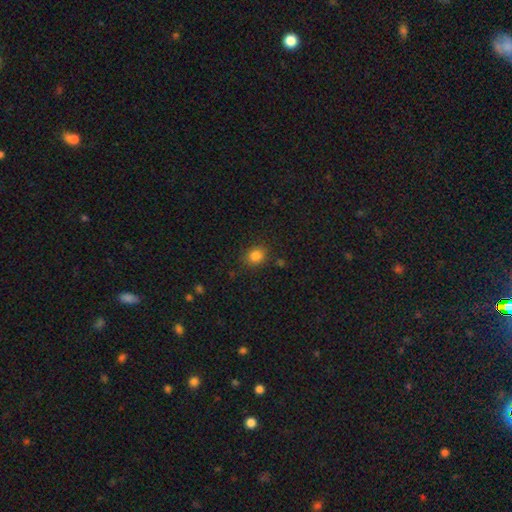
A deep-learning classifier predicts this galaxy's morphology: The model was most divided on "how rounded": round: 66%, in between: 33%, cigar-shaped: 1%. More confident: merging — none (84%); smooth or featured — smooth (83%).